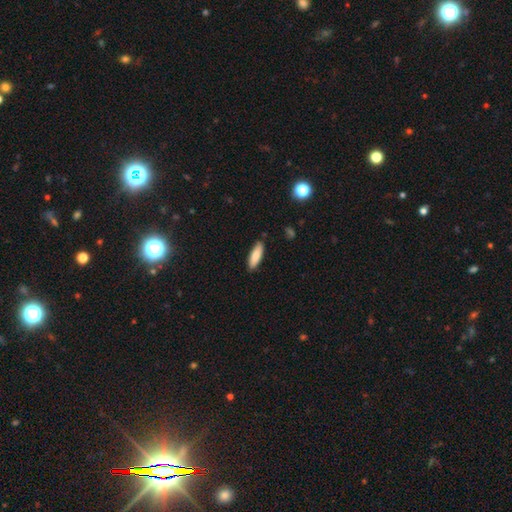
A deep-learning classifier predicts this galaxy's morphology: Smooth or featured?
  - smooth: 85% *
  - featured or disk: 9%
  - star or artifact: 6%
How rounded?
  - in between: 51% *
  - cigar-shaped: 47%
  - round: 2%
Merging?
  - none: 86% *
  - minor disturbance: 11%
  - major disturbance: 2%
  - merger: 1%